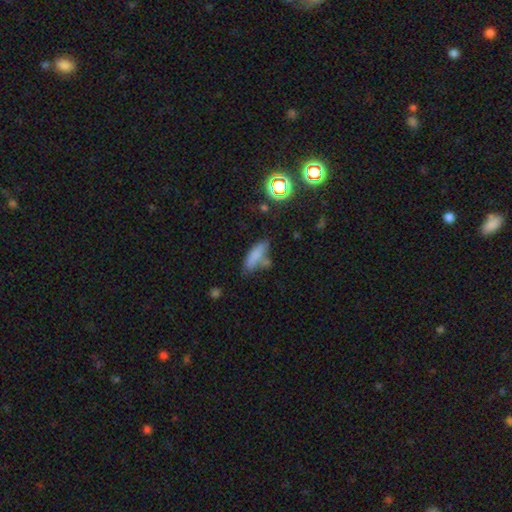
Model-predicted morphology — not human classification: smooth_or_featured: smooth (p=0.77) [alt: star or artifact p=0.12]
how_rounded: in between (p=0.56) [alt: cigar-shaped p=0.41]
merging: none (p=0.54) [alt: minor disturbance p=0.21]